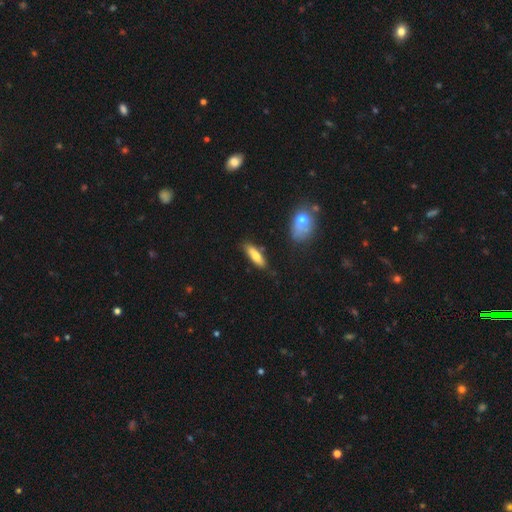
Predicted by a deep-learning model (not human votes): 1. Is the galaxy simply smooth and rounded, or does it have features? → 67% smooth, 27% featured or disk, 6% star or artifact.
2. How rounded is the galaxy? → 58% cigar-shaped, 40% in between, 2% round.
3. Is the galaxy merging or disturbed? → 79% none, 14% minor disturbance, 5% merger, 3% major disturbance.